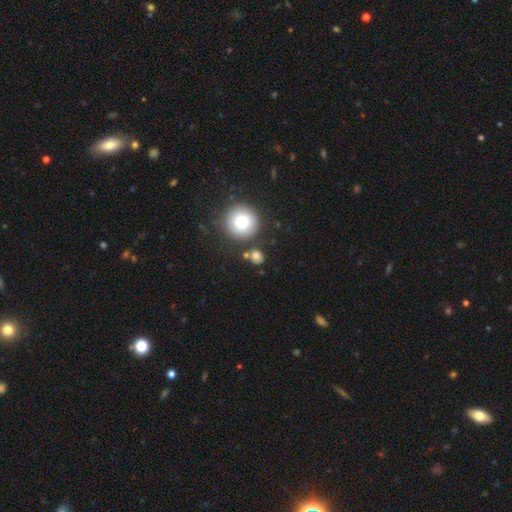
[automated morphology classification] Overall: smooth (79%). How rounded: round (81%). Merging: none (68%).